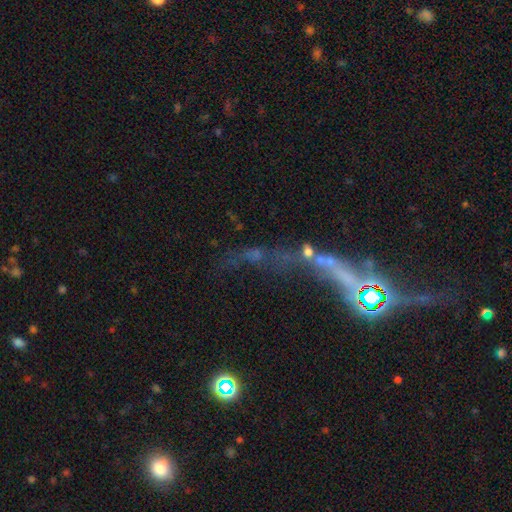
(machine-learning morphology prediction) Smooth or featured? star or artifact (49%)